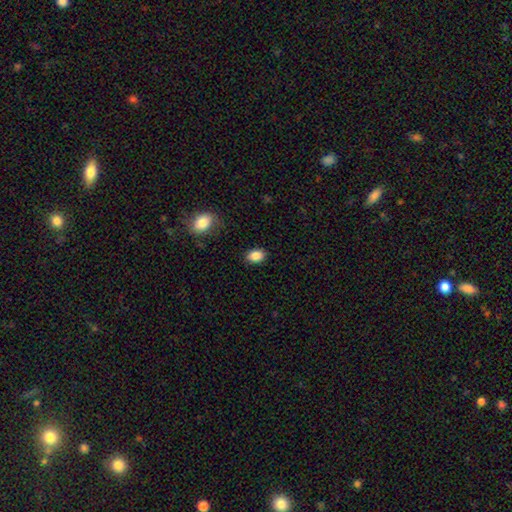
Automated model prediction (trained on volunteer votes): A smooth galaxy with no disk features (87%) that is in between round and cigar-shaped (74%). Merging: none (86%).